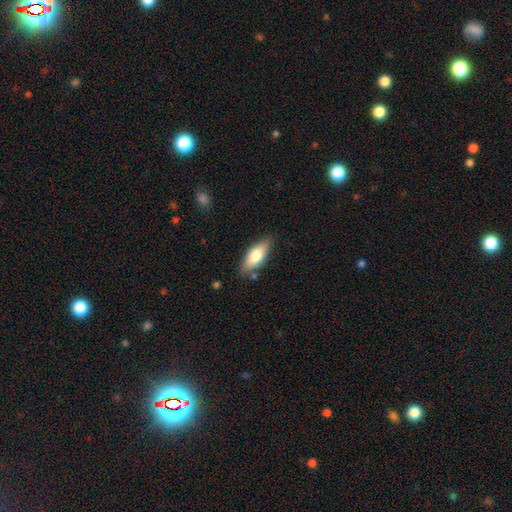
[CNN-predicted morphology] Q: Smooth or featured?
A: smooth (72%); runner-up: featured or disk (22%)
Q: How rounded?
A: in between (75%); runner-up: cigar-shaped (23%)
Q: Merging?
A: none (82%); runner-up: minor disturbance (13%)